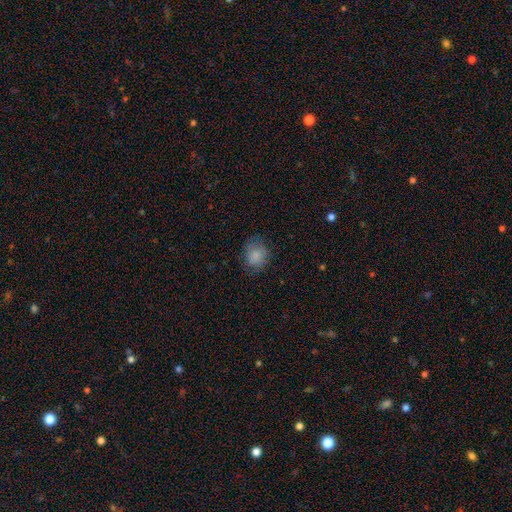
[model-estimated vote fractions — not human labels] The model was most divided on "how rounded": round: 60%, in between: 39%, cigar-shaped: 1%. More confident: smooth or featured — smooth (78%); merging — none (68%).